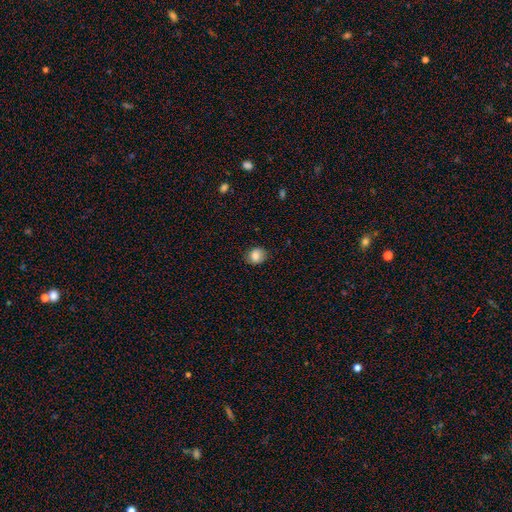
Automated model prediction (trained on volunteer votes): A smooth galaxy with no disk features (83%) that is round (65%). Merging: none (80%).